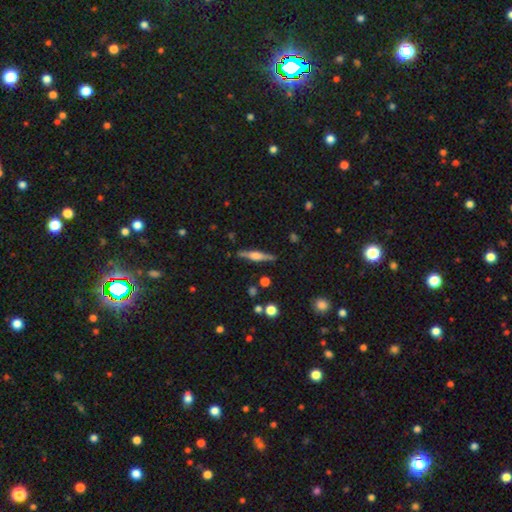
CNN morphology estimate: This is likely a featured or disk galaxy (68%). It is clearly viewed edge-on (97%). Edge-on bulge: likely rounded (80%). Merging: clearly none (88%).